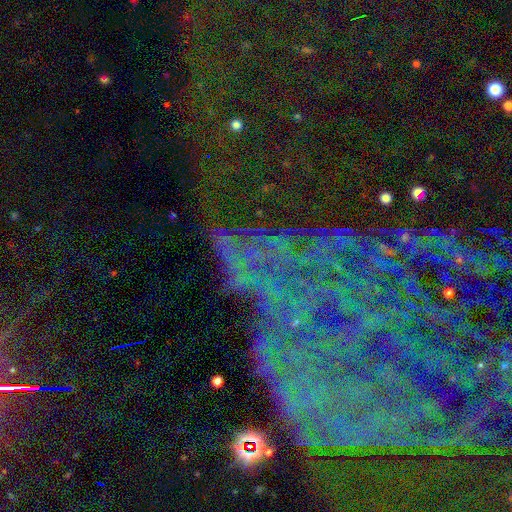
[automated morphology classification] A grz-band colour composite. It shows a star or artifact, not a galaxy (65%).